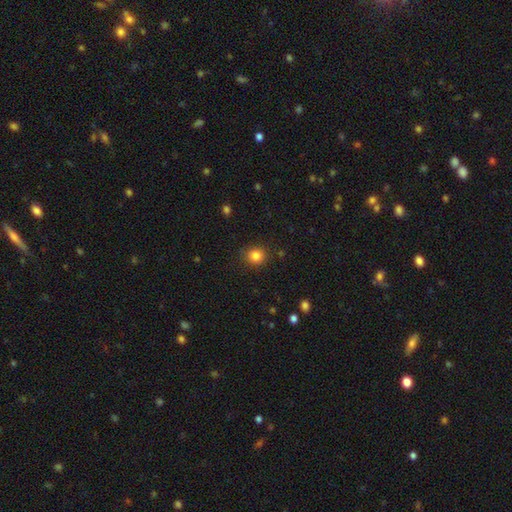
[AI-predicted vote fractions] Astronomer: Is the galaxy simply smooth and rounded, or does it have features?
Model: smooth — 83%.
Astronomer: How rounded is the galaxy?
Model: round — 84%.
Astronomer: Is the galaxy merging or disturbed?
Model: none — 89%.